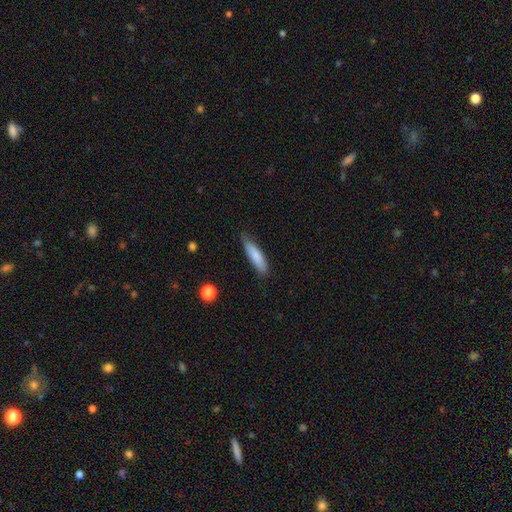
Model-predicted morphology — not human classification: Overall: smooth (82%). How rounded: cigar-shaped (73%). Merging: none (77%).